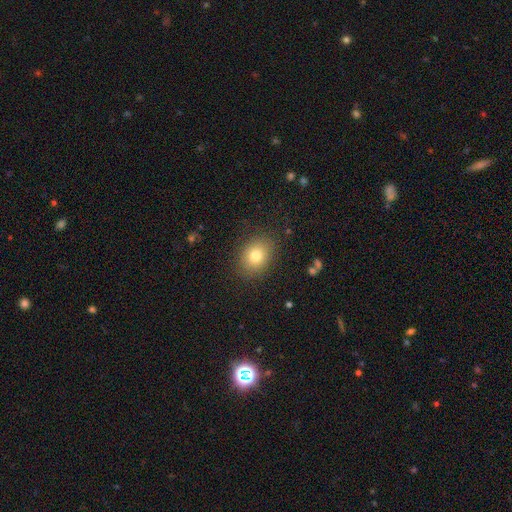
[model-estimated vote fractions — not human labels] smooth 79%, star or artifact 11%, featured or disk 10%. Down the decision tree: how rounded — in between (51%); merging — none (86%).